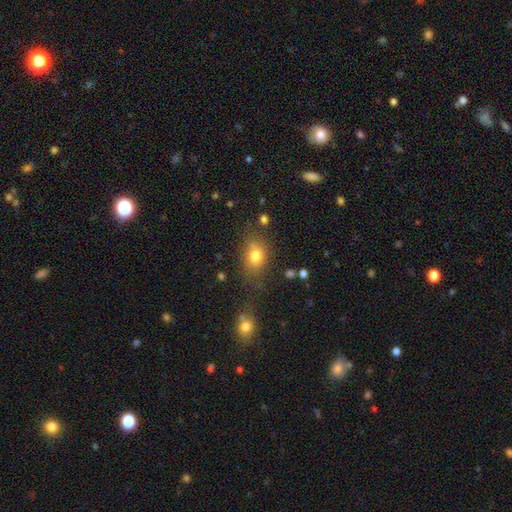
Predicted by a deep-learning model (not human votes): Smooth or featured: smooth — 76% (star or artifact — 14%)
How rounded: in between — 56% (round — 42%)
Merging: none — 68% (minor disturbance — 18%)